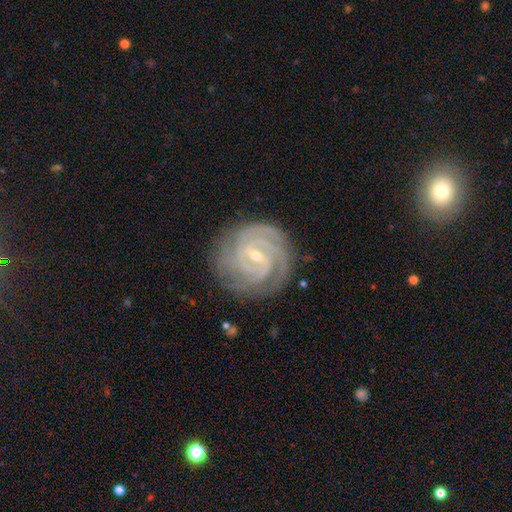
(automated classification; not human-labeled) Smooth or featured? featured or disk (91%)
Edge-on disk? no (97%)
Bar? weak (51%)
Spiral arms? yes (98%)
Spiral winding? tight (79%)
Spiral arm count? 3 (33%)
Bulge size? small (68%)
Merging? none (81%)